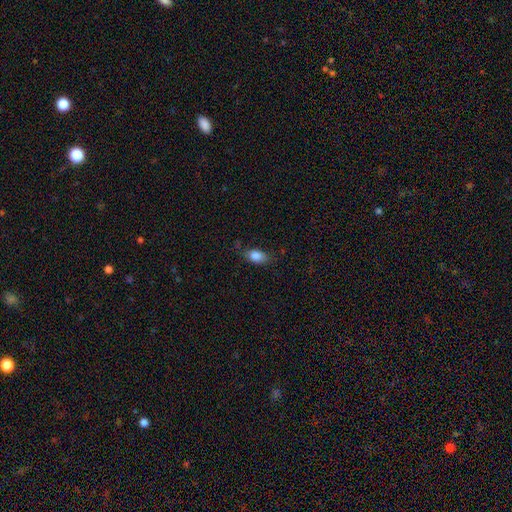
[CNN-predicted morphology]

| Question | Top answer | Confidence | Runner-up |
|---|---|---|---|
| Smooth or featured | smooth | 85% | star or artifact (8%) |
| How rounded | in between | 87% | round (8%) |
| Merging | none | 72% | minor disturbance (21%) |